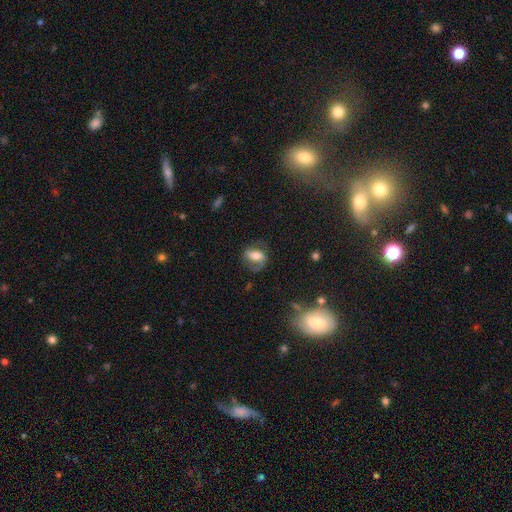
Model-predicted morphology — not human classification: smooth_or_featured: featured or disk (p=0.52) [alt: smooth p=0.39]
disk_edge_on: no (p=0.94) [alt: yes p=0.06]
merging: none (p=0.64) [alt: minor disturbance p=0.20]